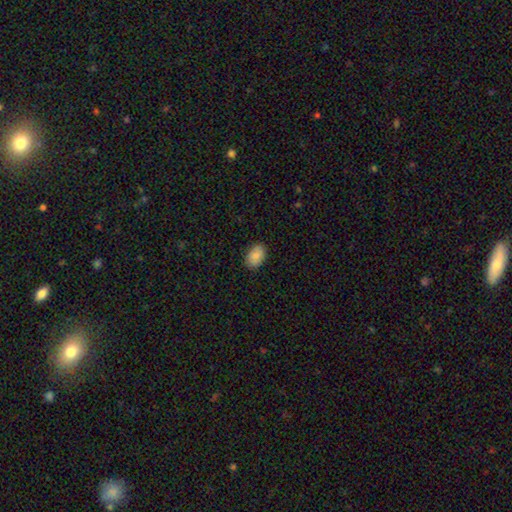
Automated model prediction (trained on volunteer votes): Morphology: type=smooth (87%); roundness=in between (87%); merging=none (86%).